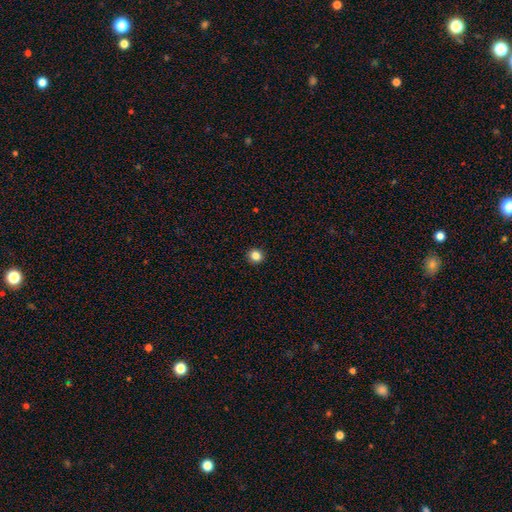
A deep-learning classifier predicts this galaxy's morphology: A smooth galaxy with no disk features (85%) that is round (88%). Merging: none (93%).